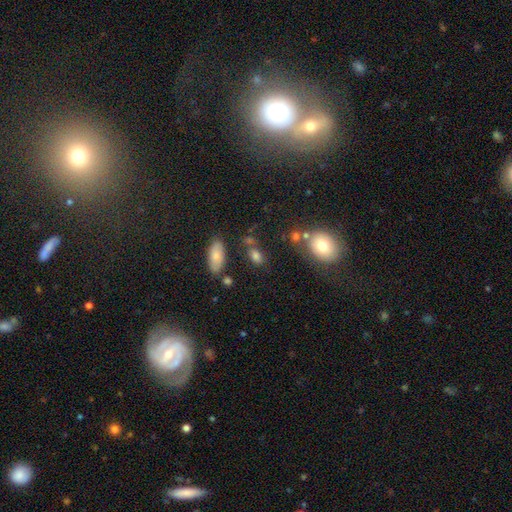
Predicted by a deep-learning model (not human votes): Smooth or featured: smooth — 79% (star or artifact — 13%)
How rounded: in between — 81% (round — 14%)
Merging: none — 63% (minor disturbance — 16%)